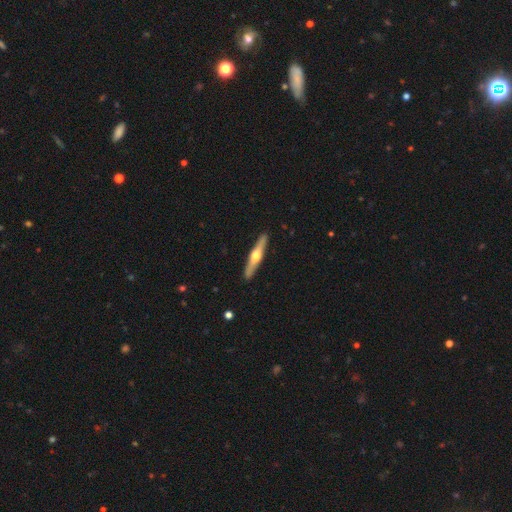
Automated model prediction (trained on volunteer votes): Overall: featured or disk (67%; smooth 28%). Edge-on disk: yes (97%). Edge-on bulge: rounded (94%). Merging: none (91%).